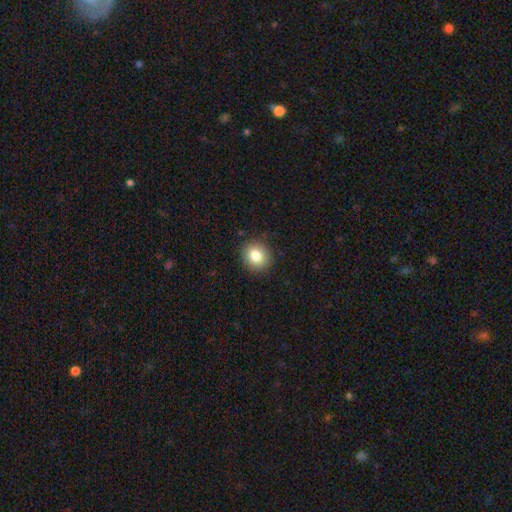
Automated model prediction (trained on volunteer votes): Overall: smooth (83%). How rounded: round (81%). Merging: none (89%).